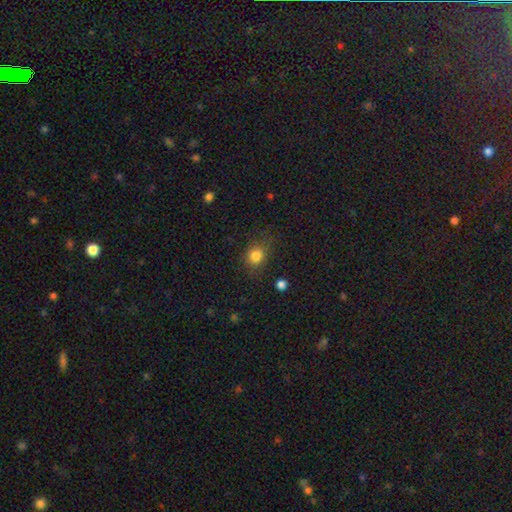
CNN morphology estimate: Overall: smooth (83%). How rounded: round (76%). Merging: none (76%).